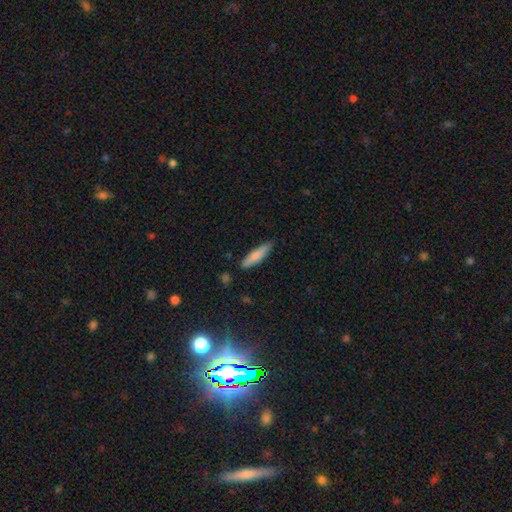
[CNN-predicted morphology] A smooth galaxy with no disk features (76%) that is cigar-shaped (77%). Merging: none (83%).